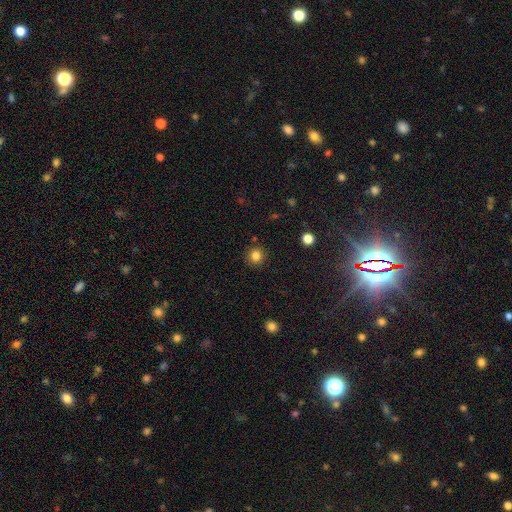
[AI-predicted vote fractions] Smooth or featured: smooth — 83% (star or artifact — 12%)
How rounded: round — 93% (in between — 6%)
Merging: none — 90% (minor disturbance — 6%)